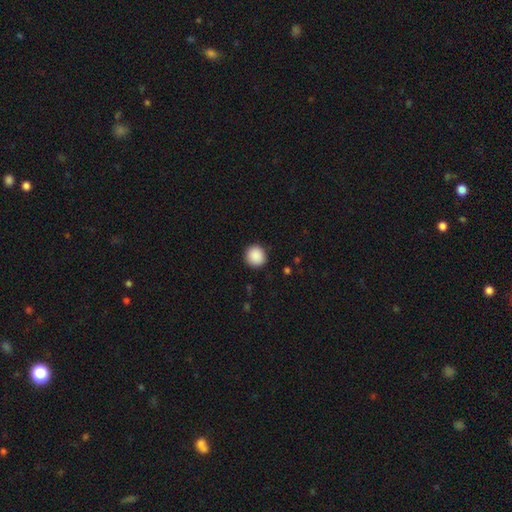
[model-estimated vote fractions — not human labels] A smooth galaxy with no disk features (89%) that is round (91%).

Vote fractions:
- Smooth or featured? smooth: 89% / star or artifact: 8% / featured or disk: 2%
- How rounded? round: 91% / in between: 8% / cigar-shaped: 1%
- Merging? none: 91% / minor disturbance: 6% / major disturbance: 2% / merger: 1%